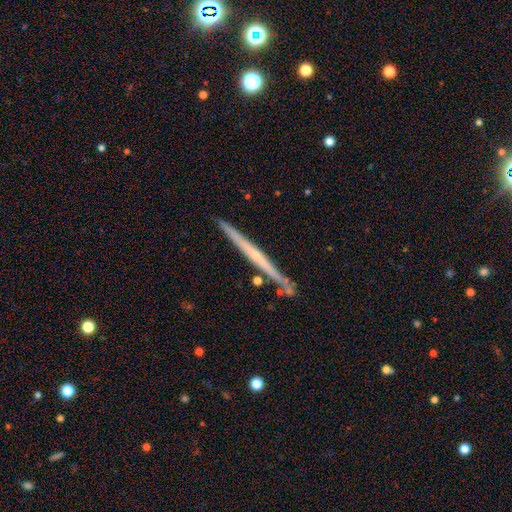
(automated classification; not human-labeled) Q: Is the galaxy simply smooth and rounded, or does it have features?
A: featured or disk — 67%.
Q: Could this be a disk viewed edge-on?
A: yes — 98%.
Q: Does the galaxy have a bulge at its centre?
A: none — 68%.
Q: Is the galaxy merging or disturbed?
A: none — 87%.